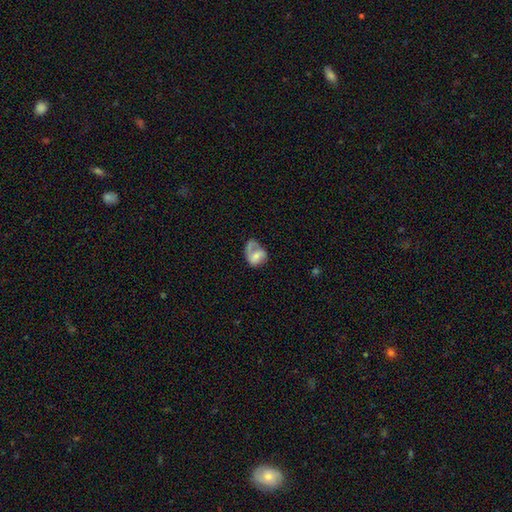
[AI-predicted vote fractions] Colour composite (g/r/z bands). It shows a featured or disk galaxy (51%). Merging: major disturbance (36%).